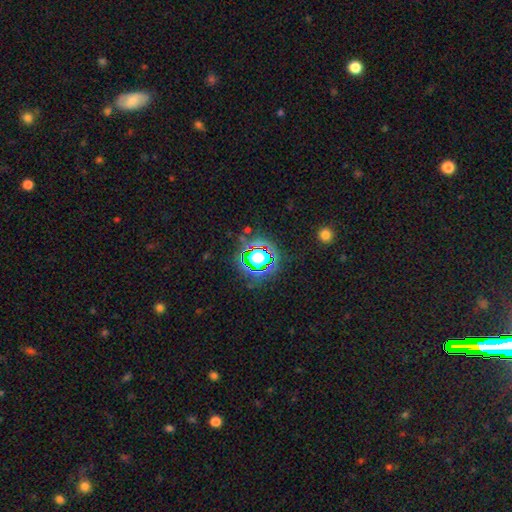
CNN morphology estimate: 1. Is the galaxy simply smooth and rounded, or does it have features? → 63% star or artifact, 26% smooth, 12% featured or disk.